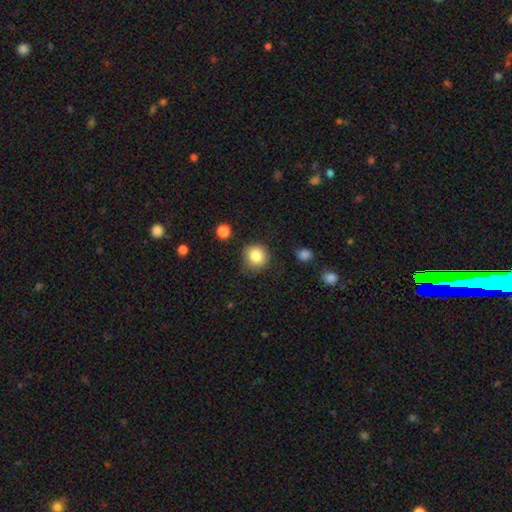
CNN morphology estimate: smooth_or_featured: smooth (p=0.83) [alt: star or artifact p=0.10]
how_rounded: round (p=0.91) [alt: in between p=0.08]
merging: none (p=0.80) [alt: minor disturbance p=0.14]